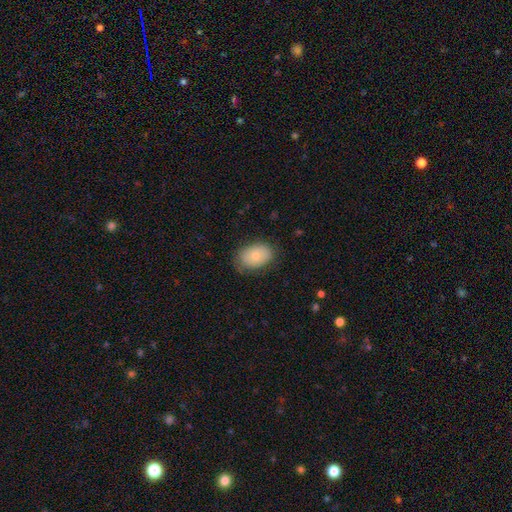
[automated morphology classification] The model was most divided on "merging": none: 74%, minor disturbance: 20%, major disturbance: 5%, merger: 1%. More confident: how rounded — in between (83%); smooth or featured — smooth (78%).